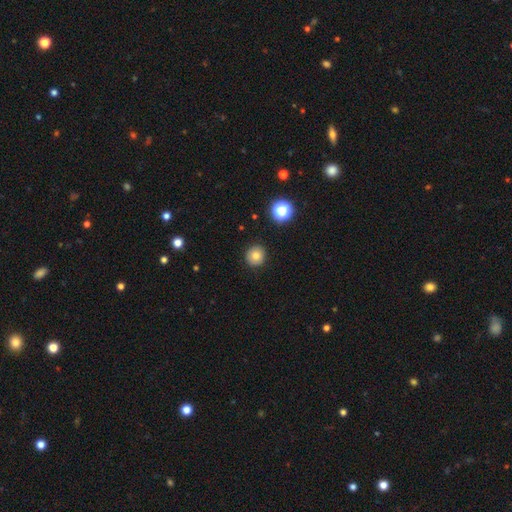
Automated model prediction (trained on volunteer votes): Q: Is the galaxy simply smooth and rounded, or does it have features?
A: smooth — 80%.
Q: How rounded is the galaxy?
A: round — 92%.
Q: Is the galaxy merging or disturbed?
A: none — 90%.